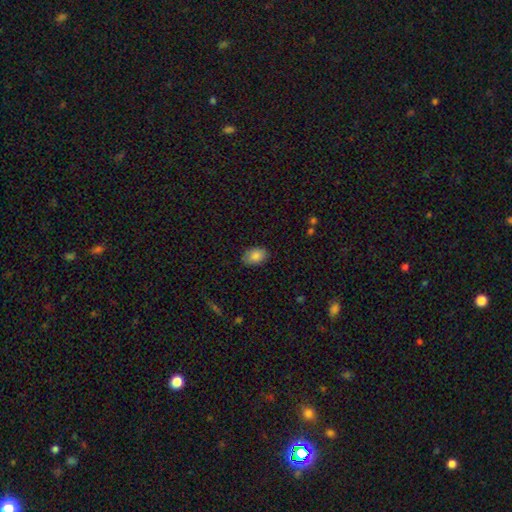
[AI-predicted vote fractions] Overall: smooth (85%). How rounded: in between (84%). Merging: none (84%).